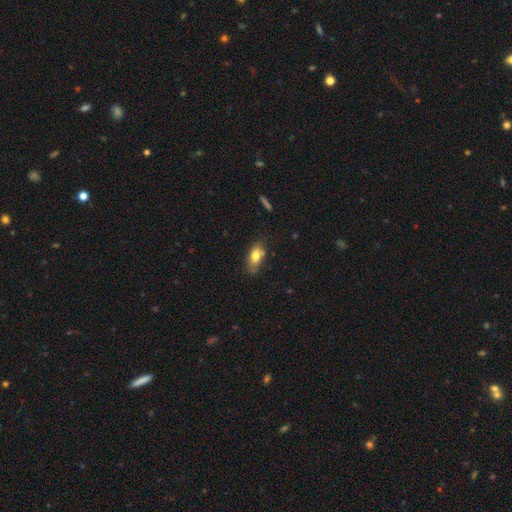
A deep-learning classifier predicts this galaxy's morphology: This is likely a smooth galaxy (76%). How rounded: clearly in between (85%). Merging: likely none (69%).